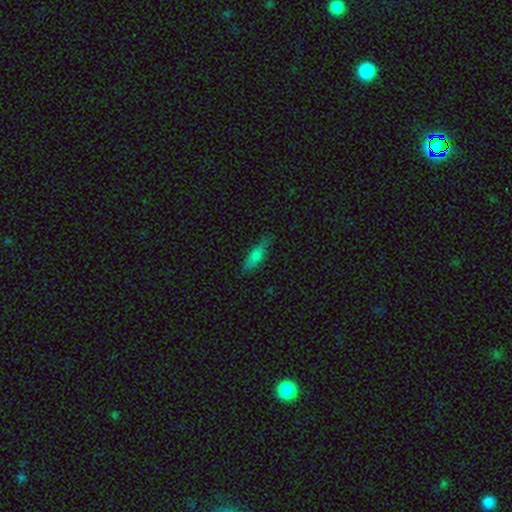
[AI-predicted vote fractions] This is likely a smooth galaxy (72%). How rounded: possibly cigar-shaped (54%). Merging: likely none (74%).